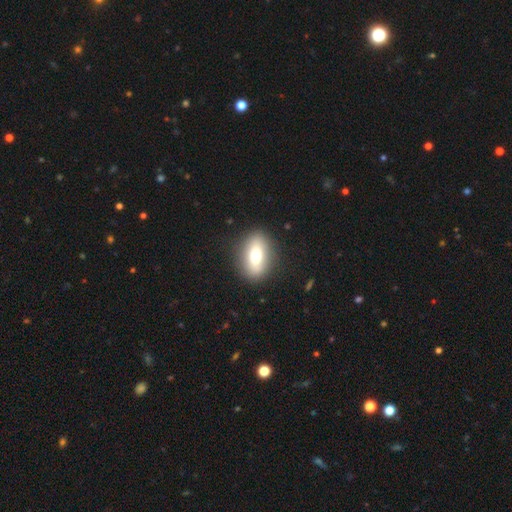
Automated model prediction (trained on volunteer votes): A smooth galaxy with no disk features (66%) that is in between round and cigar-shaped (77%).

Vote fractions:
- Smooth or featured? smooth: 66% / featured or disk: 27% / star or artifact: 8%
- How rounded? in between: 77% / round: 15% / cigar-shaped: 8%
- Merging? none: 87% / minor disturbance: 9% / major disturbance: 3% / merger: 1%